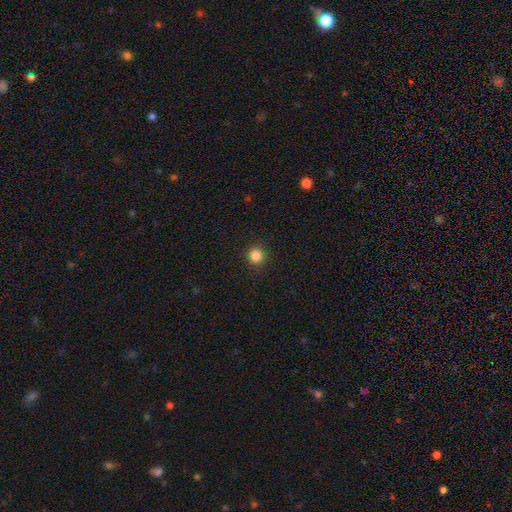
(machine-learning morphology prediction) smooth 85%, star or artifact 11%, featured or disk 4%. Down the decision tree: how rounded — round (94%); merging — none (92%).